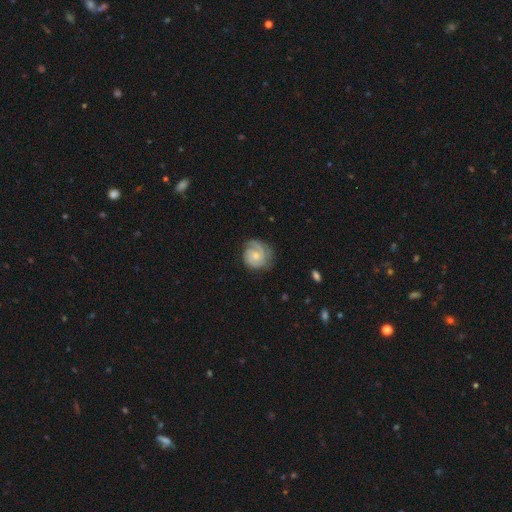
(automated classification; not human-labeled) Smooth or featured? Predicted: featured or disk (p=0.77). Edge-on disk? Predicted: no (p=0.98). Bar? Predicted: no (p=0.70). Spiral arms? Predicted: yes (p=0.96). Spiral winding? Predicted: tight (p=0.62). Spiral arm count? Predicted: 2 (p=0.45). Bulge size? Predicted: small (p=0.52). Merging? Predicted: none (p=0.72).